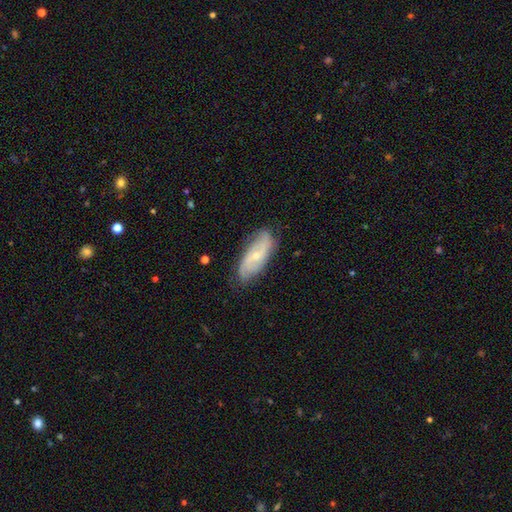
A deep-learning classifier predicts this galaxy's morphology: Overall: featured or disk (69%). Edge-on disk: no (90%). Bar: no (53%; weak 36%). Spiral arms: yes (89%). Spiral arm count: 2 (59%; can't tell 24%). Spiral winding: medium (41%; tight 30%). Bulge size: small (70%). Merging: none (77%).